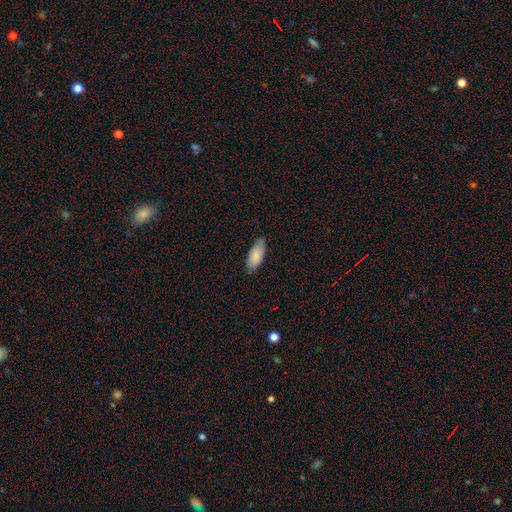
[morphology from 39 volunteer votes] Q: Smooth or featured?
A: smooth (85%); runner-up: featured or disk (10%)
Q: How rounded?
A: in between (73%); runner-up: cigar-shaped (27%)
Q: Merging?
A: none (92%); runner-up: minor disturbance (8%)